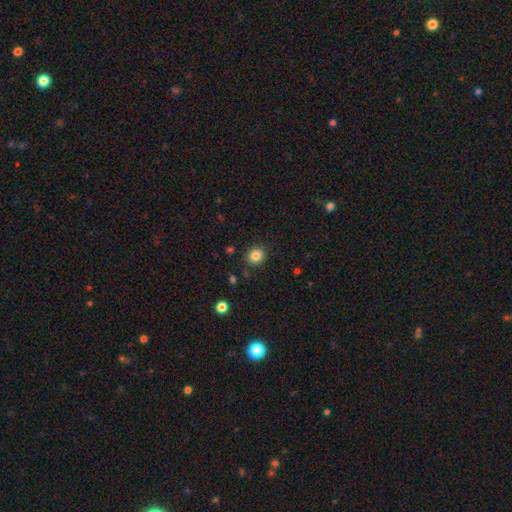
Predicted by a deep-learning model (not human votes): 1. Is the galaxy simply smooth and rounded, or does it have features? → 84% smooth, 11% star or artifact, 5% featured or disk.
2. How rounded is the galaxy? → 82% round, 17% in between, 1% cigar-shaped.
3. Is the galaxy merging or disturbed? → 87% none, 8% minor disturbance, 2% major disturbance, 2% merger.